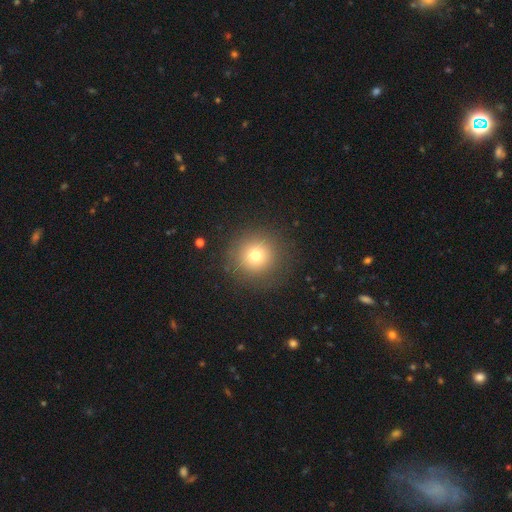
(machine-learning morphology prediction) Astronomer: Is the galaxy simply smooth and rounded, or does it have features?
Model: smooth — 75%.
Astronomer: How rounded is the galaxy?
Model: round — 94%.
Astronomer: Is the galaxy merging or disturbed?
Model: none — 87%.